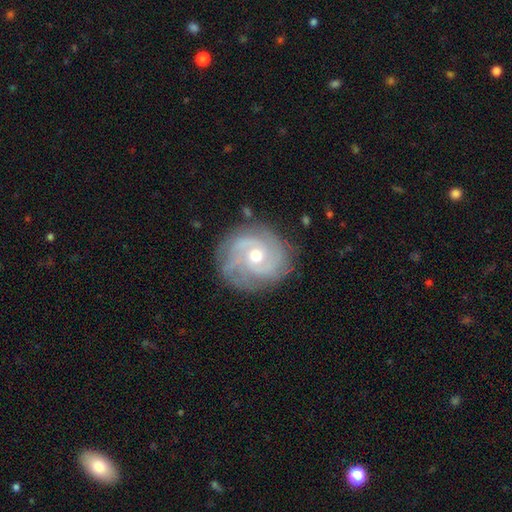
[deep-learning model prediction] A featured or disk galaxy (85%) with no bar (68%), 3 (32%) tight (60%) spiral arms (96%) and a moderate central bulge (67%).

Vote fractions:
- Smooth or featured? featured or disk: 85% / smooth: 9% / star or artifact: 6%
- Edge-on disk? no: 98% / yes: 2%
- Bar? no: 68% / weak: 27% / strong: 5%
- Spiral arms? yes: 96% / no: 4%
- Spiral winding? tight: 60% / medium: 33% / loose: 7%
- Spiral arm count? 3: 32% / 2: 29% / can't tell: 21% / 4: 8% / 1: 5% / more than 4: 5%
- Bulge size? moderate: 67% / small: 28% / large: 4% / none: 1% / dominant: 1%
- Merging? none: 78% / minor disturbance: 15% / major disturbance: 6% / merger: 1%